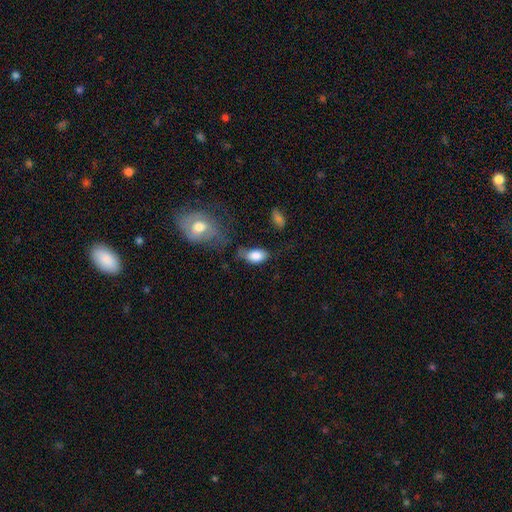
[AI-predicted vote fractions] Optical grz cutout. It shows a smooth galaxy with no disk features (82%) that is in between round and cigar-shaped (91%). Merging: none (44%).